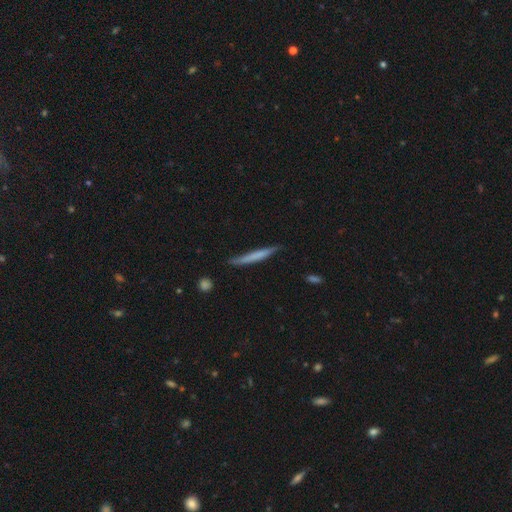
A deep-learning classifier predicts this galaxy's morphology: Q: Smooth or featured?
A: smooth (62%); runner-up: featured or disk (32%)
Q: How rounded?
A: cigar-shaped (96%); runner-up: in between (3%)
Q: Merging?
A: none (80%); runner-up: minor disturbance (16%)